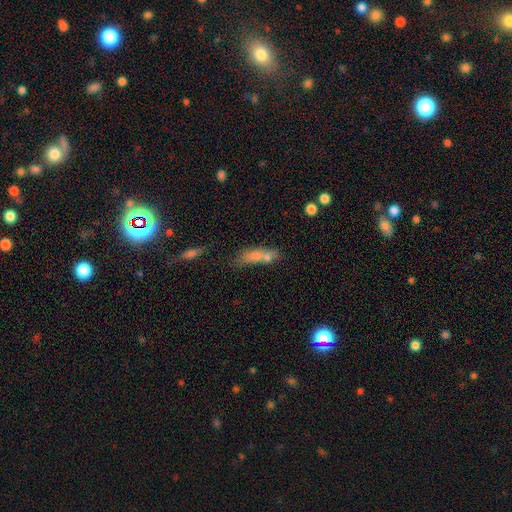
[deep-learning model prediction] Smooth or featured?
  - smooth: 65% *
  - featured or disk: 22%
  - star or artifact: 13%
How rounded?
  - cigar-shaped: 49% *
  - in between: 46%
  - round: 6%
Merging?
  - none: 39% *
  - merger: 36%
  - minor disturbance: 16%
  - major disturbance: 9%